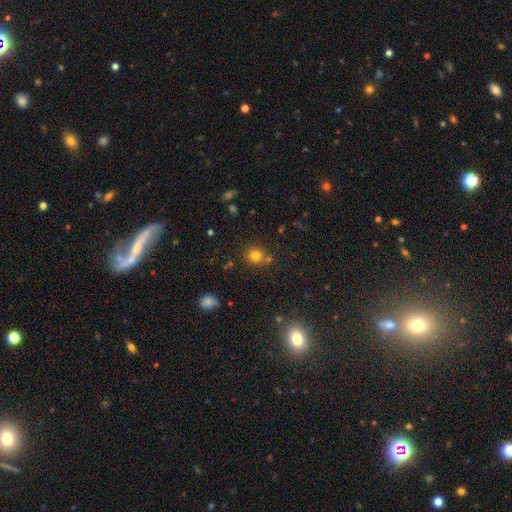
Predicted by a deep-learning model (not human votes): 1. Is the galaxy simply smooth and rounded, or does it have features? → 77% smooth, 15% star or artifact, 8% featured or disk.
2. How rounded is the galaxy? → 80% round, 19% in between, 1% cigar-shaped.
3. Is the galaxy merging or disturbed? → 72% none, 14% merger, 11% minor disturbance, 3% major disturbance.